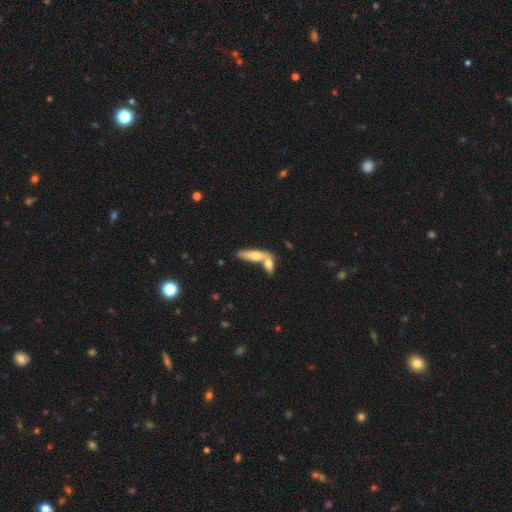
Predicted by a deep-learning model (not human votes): A smooth galaxy with no disk features (63%) that is cigar-shaped (55%).

Vote fractions:
- Smooth or featured? smooth: 63% / featured or disk: 30% / star or artifact: 7%
- How rounded? cigar-shaped: 55% / in between: 42% / round: 3%
- Merging? merger: 49% / none: 39% / minor disturbance: 8% / major disturbance: 3%